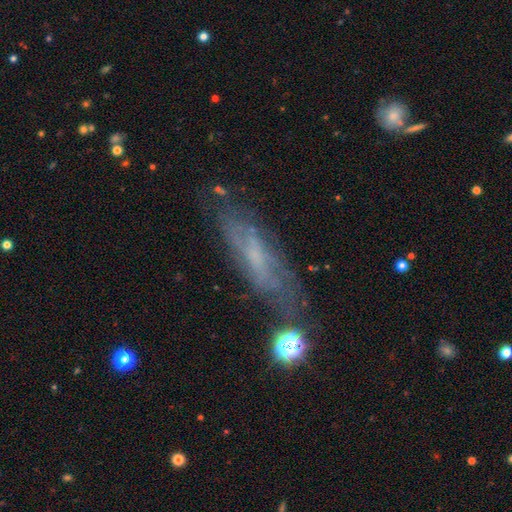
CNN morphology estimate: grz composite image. It shows a featured or disk galaxy (56%). Merging: none (71%).